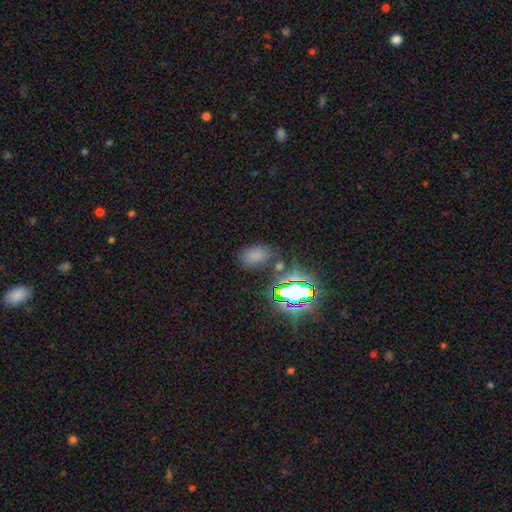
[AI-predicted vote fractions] Morphology: type=smooth (62%); roundness=in between (87%); merging=none (69%).